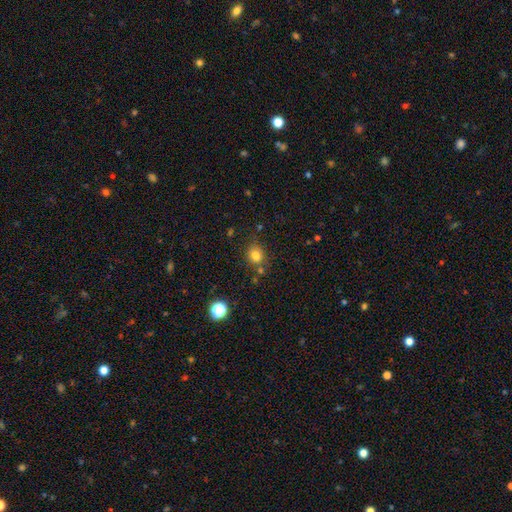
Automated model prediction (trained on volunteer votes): Smooth or featured? Predicted: smooth (p=0.79). How rounded? Predicted: round (p=0.70). Merging? Predicted: none (p=0.71).